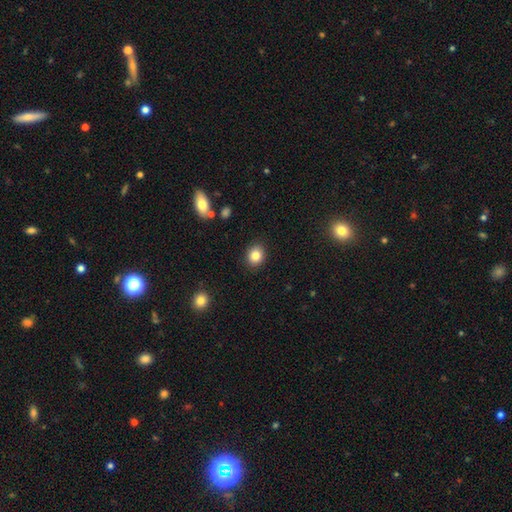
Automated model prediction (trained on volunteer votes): Morphology: type=smooth (83%); roundness=round (66%); merging=none (89%).